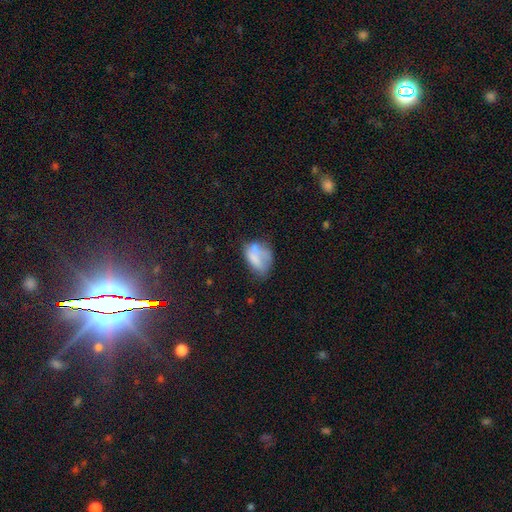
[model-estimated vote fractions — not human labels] smooth-or-featured: smooth: 64% | featured or disk: 26% | star or artifact: 10%
  how-rounded: in between: 81% | round: 17% | cigar-shaped: 2%
  merging: none: 30% | minor disturbance: 27% | major disturbance: 23% | merger: 21%